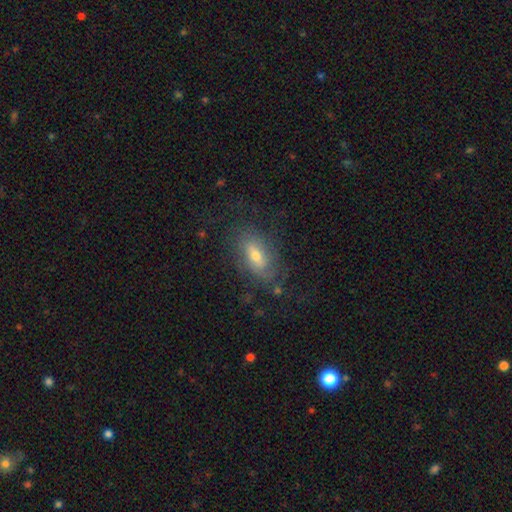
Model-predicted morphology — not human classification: This appears to be a featured or disk galaxy (46%). Merging: none (68%).